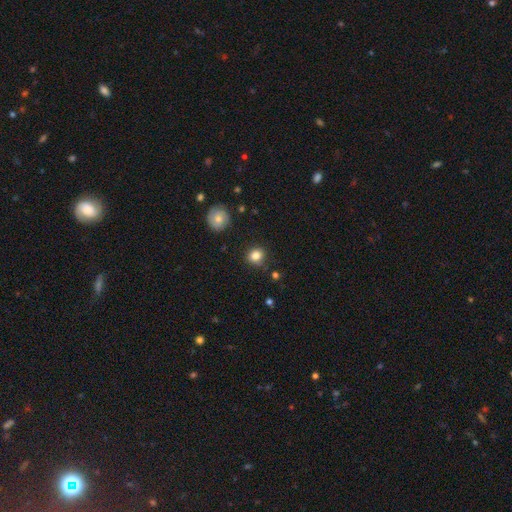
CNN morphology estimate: A smooth galaxy with no disk features (82%) that is round (84%).

Vote fractions:
- Smooth or featured? smooth: 82% / star or artifact: 10% / featured or disk: 8%
- How rounded? round: 84% / in between: 15% / cigar-shaped: 1%
- Merging? none: 82% / minor disturbance: 12% / major disturbance: 3% / merger: 2%